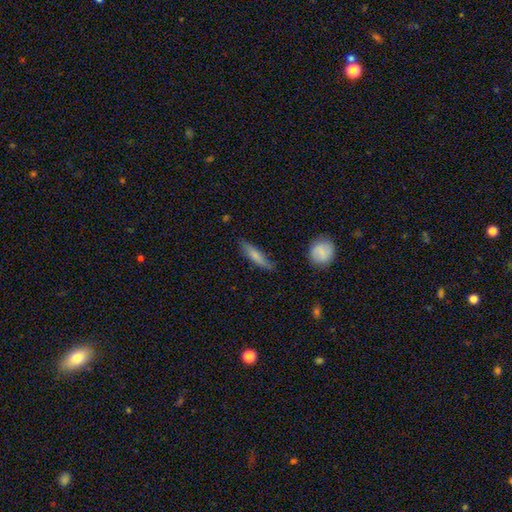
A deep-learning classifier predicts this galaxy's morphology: smooth 71%, featured or disk 23%, star or artifact 6%. Down the decision tree: how rounded — cigar-shaped (80%); merging — none (74%).